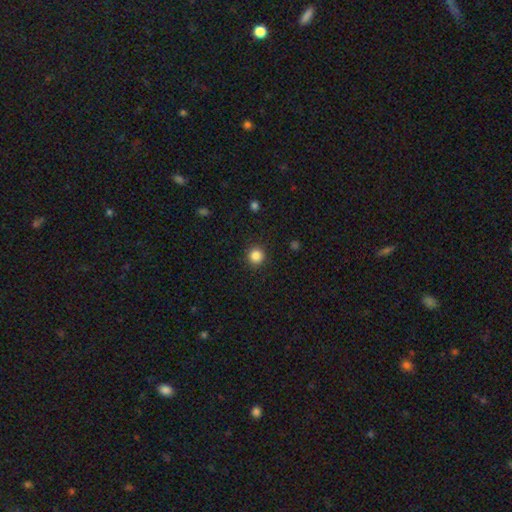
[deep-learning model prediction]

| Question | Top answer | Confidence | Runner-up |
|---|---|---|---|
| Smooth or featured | smooth | 86% | star or artifact (11%) |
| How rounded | round | 94% | in between (5%) |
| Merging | none | 92% | minor disturbance (5%) |